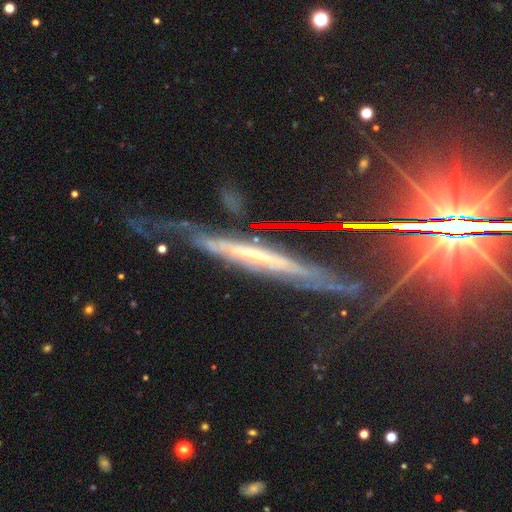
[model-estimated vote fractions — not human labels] Smooth or featured?
  - featured or disk: 74% *
  - smooth: 13%
  - star or artifact: 13%
Edge-on disk?
  - yes: 74% *
  - no: 26%
Edge-on bulge?
  - none: 66% *
  - rounded: 23%
  - boxy: 12%
Merging?
  - none: 62% *
  - minor disturbance: 23%
  - major disturbance: 12%
  - merger: 3%